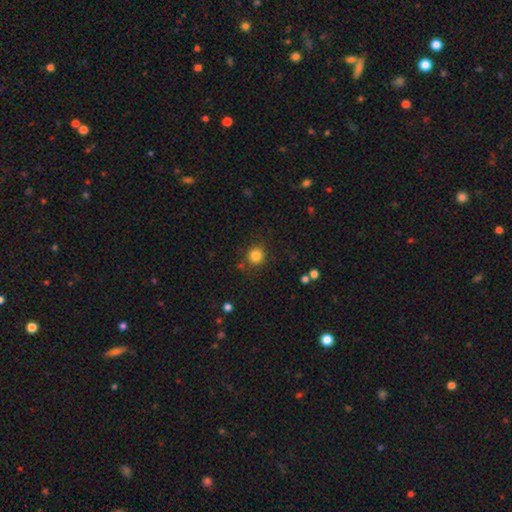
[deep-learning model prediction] This is clearly a smooth galaxy (83%). How rounded: clearly round (91%). Merging: clearly none (85%).